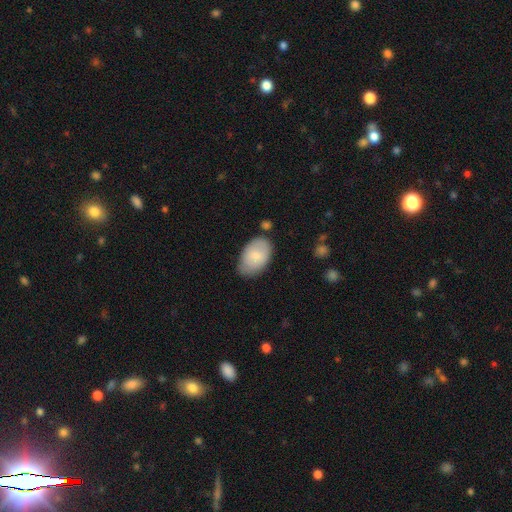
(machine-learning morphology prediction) A smooth galaxy with no disk features (78%) that is in between round and cigar-shaped (93%).

Vote fractions:
- Smooth or featured? smooth: 78% / featured or disk: 16% / star or artifact: 6%
- How rounded? in between: 93% / round: 6% / cigar-shaped: 1%
- Merging? none: 68% / minor disturbance: 25% / major disturbance: 5% / merger: 3%